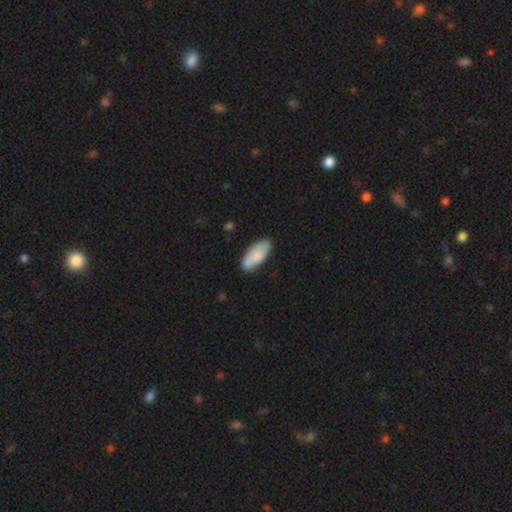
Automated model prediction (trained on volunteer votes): Morphology: type=smooth (80%); roundness=in between (87%); merging=none (76%).